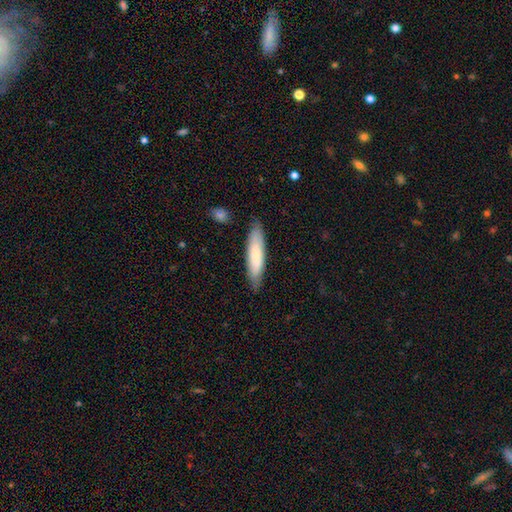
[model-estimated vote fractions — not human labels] Q: Smooth or featured?
A: smooth (75%); runner-up: featured or disk (19%)
Q: How rounded?
A: cigar-shaped (76%); runner-up: in between (22%)
Q: Merging?
A: none (83%); runner-up: minor disturbance (13%)